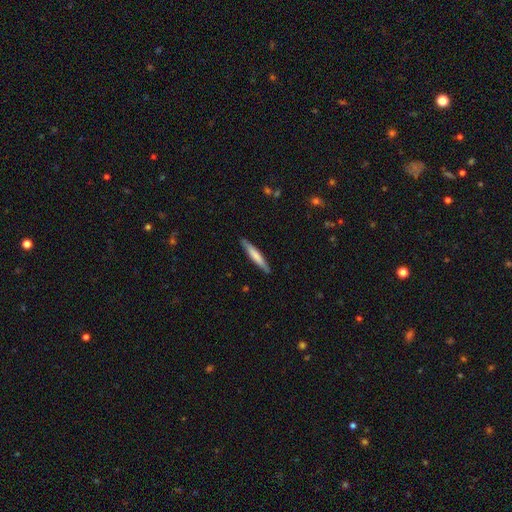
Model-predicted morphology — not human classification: Smooth or featured? Predicted: smooth (p=0.65). How rounded? Predicted: cigar-shaped (p=0.93). Merging? Predicted: none (p=0.89).